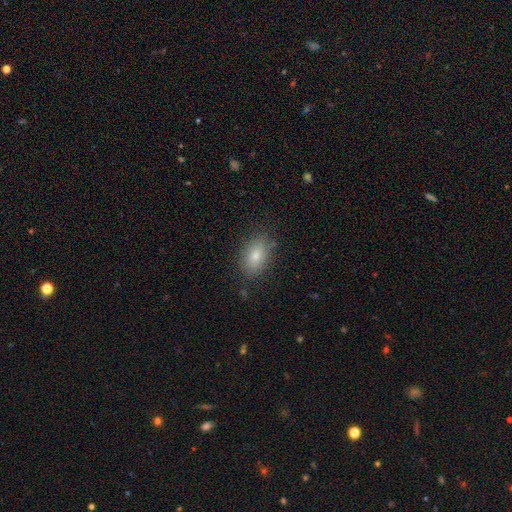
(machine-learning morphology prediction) The model was most divided on "smooth or featured": smooth: 80%, featured or disk: 11%, star or artifact: 8%. More confident: how rounded — in between (88%); merging — none (83%).